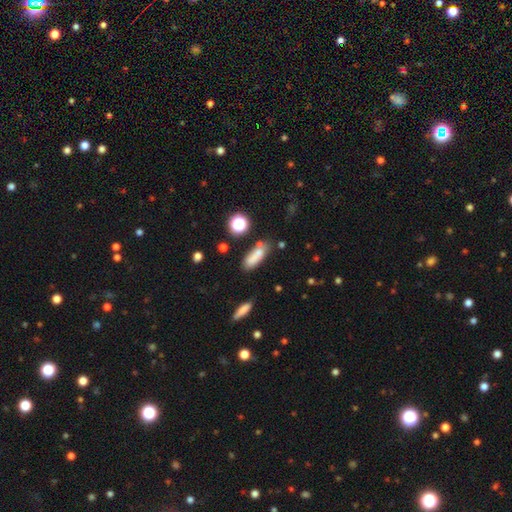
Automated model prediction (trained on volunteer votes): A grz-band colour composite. It shows a smooth galaxy with no disk features (75%) that is in between round and cigar-shaped (59%). Merging: none (61%).